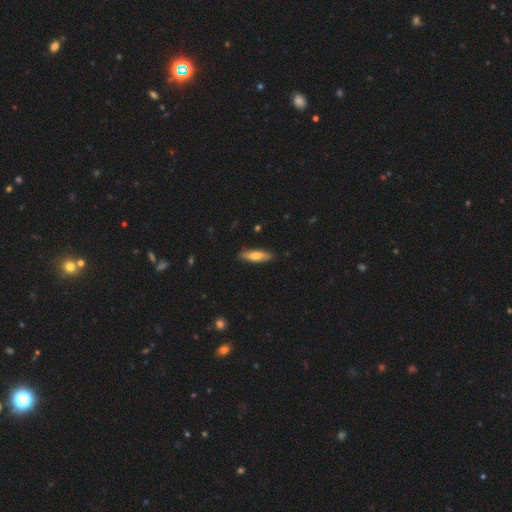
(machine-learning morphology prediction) smooth-or-featured: smooth: 66% | featured or disk: 28% | star or artifact: 6%
  how-rounded: cigar-shaped: 59% | in between: 39% | round: 2%
  merging: none: 83% | minor disturbance: 14% | major disturbance: 2% | merger: 1%